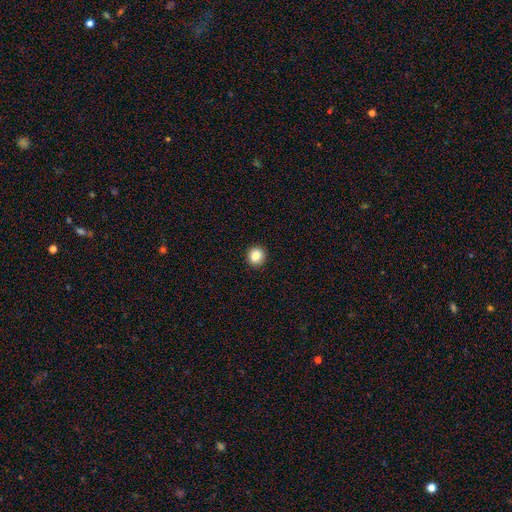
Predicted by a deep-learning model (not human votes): smooth 85%, star or artifact 9%, featured or disk 5%. Down the decision tree: how rounded — round (91%); merging — none (92%).